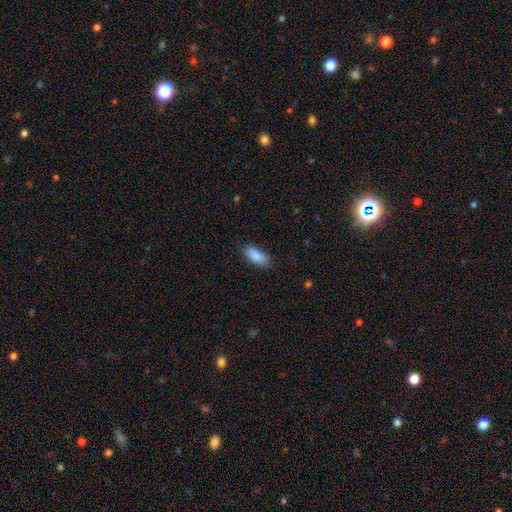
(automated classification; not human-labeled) Smooth or featured? Predicted: smooth (p=0.89). How rounded? Predicted: in between (p=0.83). Merging? Predicted: none (p=0.85).